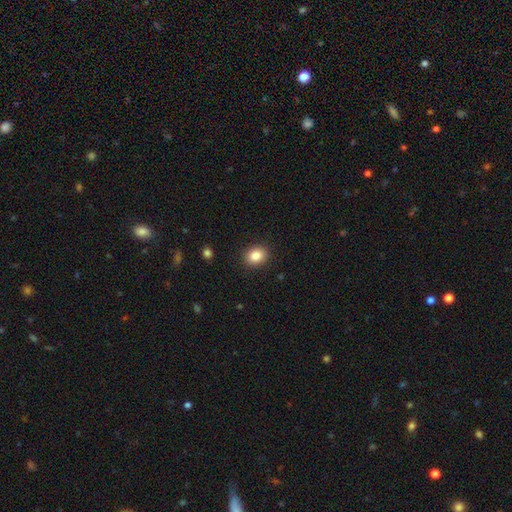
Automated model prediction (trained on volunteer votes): A smooth galaxy with no disk features (85%) that is in between round and cigar-shaped (52%).

Vote fractions:
- Smooth or featured? smooth: 85% / star or artifact: 9% / featured or disk: 6%
- How rounded? in between: 52% / round: 47% / cigar-shaped: 1%
- Merging? none: 89% / minor disturbance: 7% / major disturbance: 2% / merger: 1%